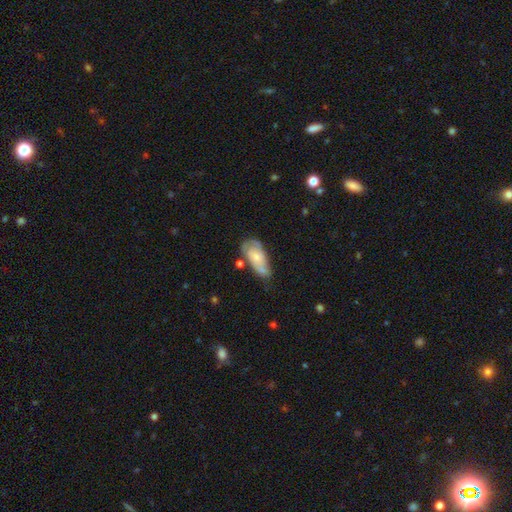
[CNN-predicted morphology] A featured or disk galaxy (49%).

Vote fractions:
- Smooth or featured? featured or disk: 49% / smooth: 44% / star or artifact: 7%
- Merging? none: 46% / minor disturbance: 34% / major disturbance: 13% / merger: 7%